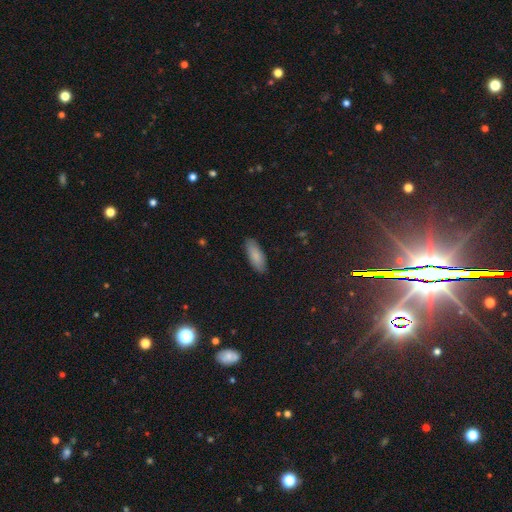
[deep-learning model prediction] Smooth or featured? smooth (86%)
How rounded? in between (76%)
Merging? none (87%)